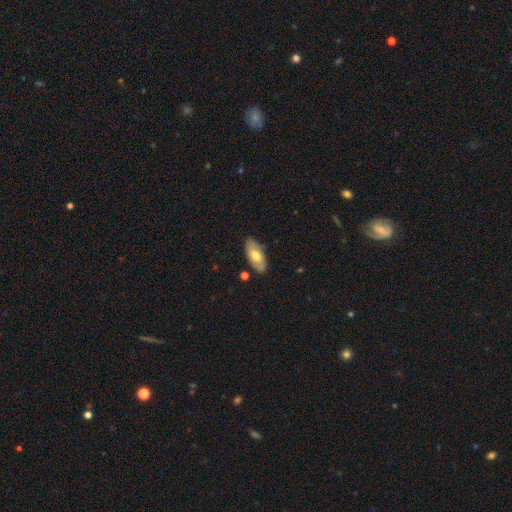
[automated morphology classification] smooth-or-featured: smooth: 48% | featured or disk: 46% | star or artifact: 6%
  merging: none: 82% | minor disturbance: 13% | major disturbance: 3% | merger: 2%